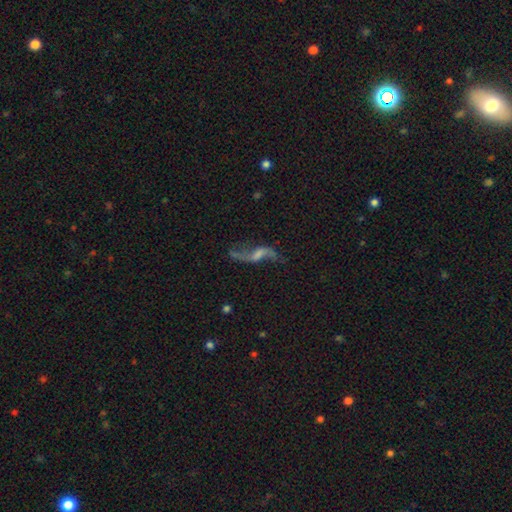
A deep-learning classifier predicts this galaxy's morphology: Smooth or featured?
  - featured or disk: 84% *
  - star or artifact: 9%
  - smooth: 8%
Edge-on disk?
  - no: 90% *
  - yes: 10%
Bar?
  - weak: 44% *
  - no: 39%
  - strong: 17%
Spiral arms?
  - yes: 94% *
  - no: 6%
Spiral winding?
  - loose: 92% *
  - medium: 6%
  - tight: 2%
Spiral arm count?
  - 2: 93% *
  - 1: 3%
  - can't tell: 2%
  - 3: 1%
  - 4: 1%
  - more than 4: 1%
Bulge size?
  - small: 39% *
  - none: 32%
  - moderate: 23%
  - large: 4%
  - dominant: 2%
Merging?
  - none: 72% *
  - minor disturbance: 15%
  - major disturbance: 10%
  - merger: 3%